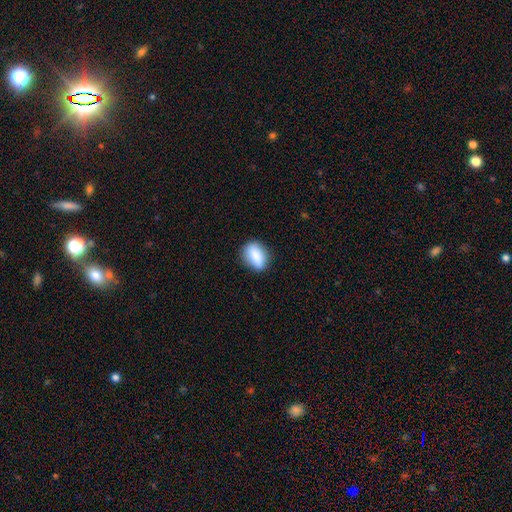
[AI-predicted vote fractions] A smooth galaxy with no disk features (83%) that is in between round and cigar-shaped (72%).

Vote fractions:
- Smooth or featured? smooth: 83% / featured or disk: 9% / star or artifact: 8%
- How rounded? in between: 72% / round: 23% / cigar-shaped: 5%
- Merging? none: 81% / minor disturbance: 15% / major disturbance: 3% / merger: 1%